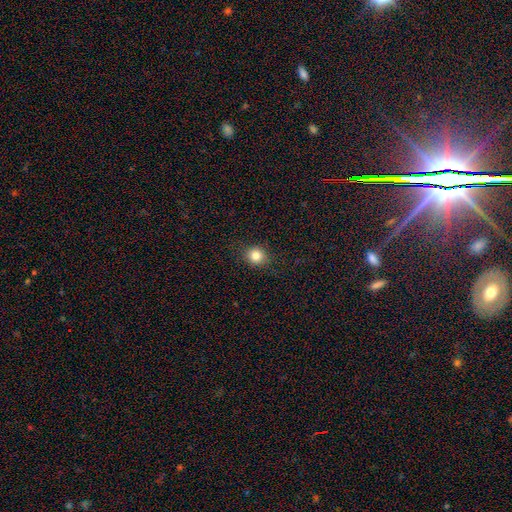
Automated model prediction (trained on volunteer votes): Overall: smooth (83%). How rounded: round (81%). Merging: none (88%).